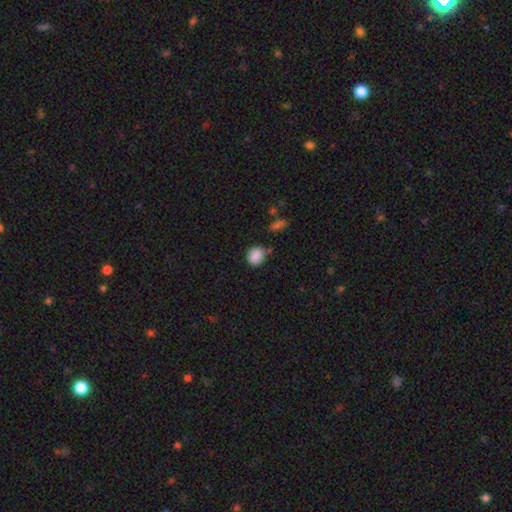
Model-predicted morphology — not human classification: Q: Smooth or featured?
A: smooth (87%); runner-up: star or artifact (9%)
Q: How rounded?
A: round (62%); runner-up: in between (37%)
Q: Merging?
A: none (69%); runner-up: minor disturbance (20%)